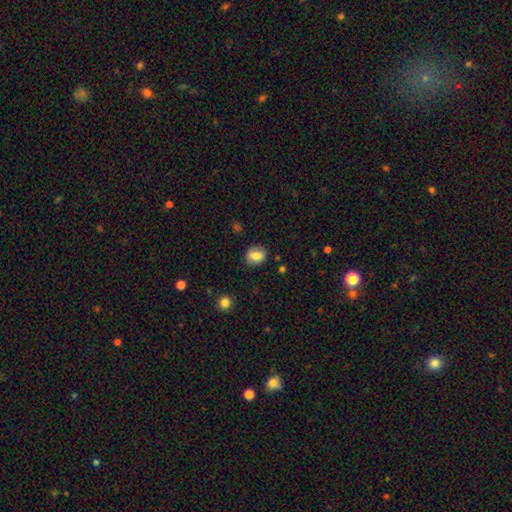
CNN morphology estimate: The model was most divided on "how rounded": round: 57%, in between: 41%, cigar-shaped: 1%. More confident: merging — none (82%); smooth or featured — smooth (79%).